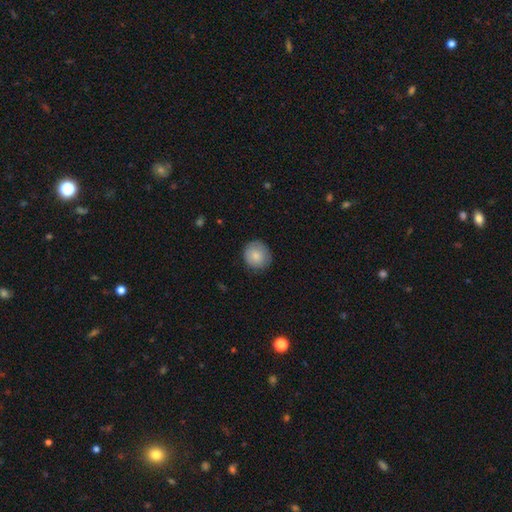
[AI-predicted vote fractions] Morphology: type=smooth (81%); roundness=round (89%); merging=none (83%).